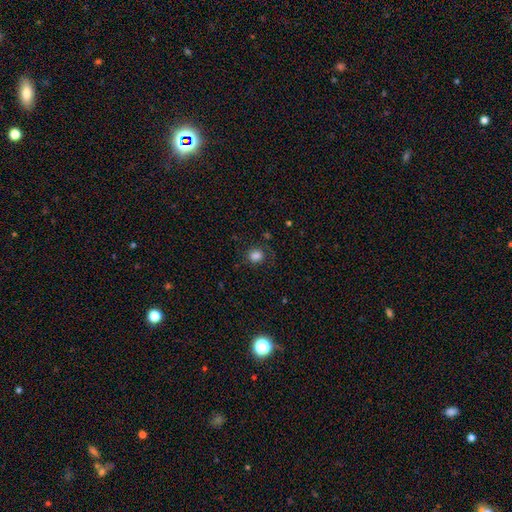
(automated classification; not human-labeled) The model was most divided on "how rounded": round: 67%, in between: 32%, cigar-shaped: 1%. More confident: smooth or featured — smooth (82%); merging — none (72%).